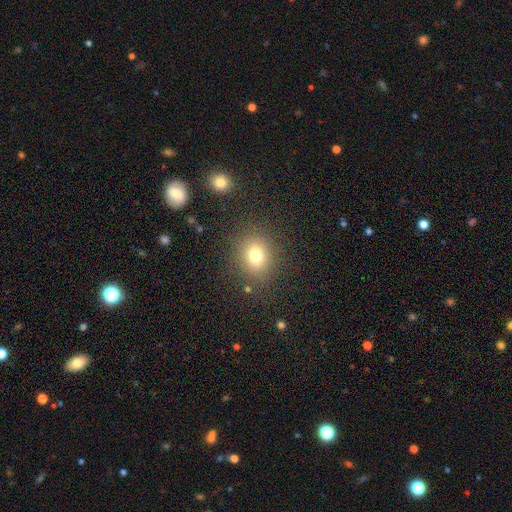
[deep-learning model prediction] This is likely a smooth galaxy (76%). How rounded: likely round (71%). Merging: clearly none (84%).